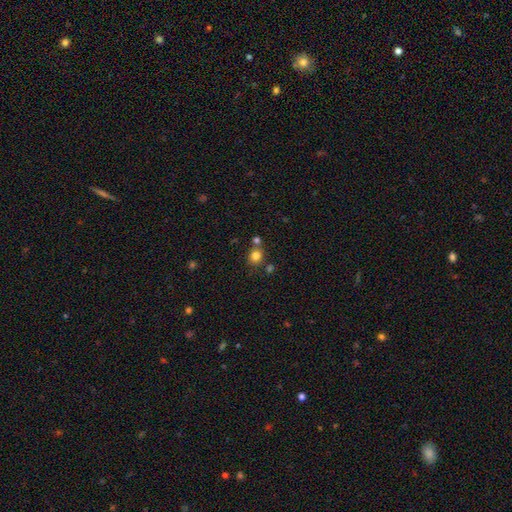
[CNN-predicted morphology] This appears to be a smooth galaxy with no disk features (81%) that is round (79%). Merging: none (70%).